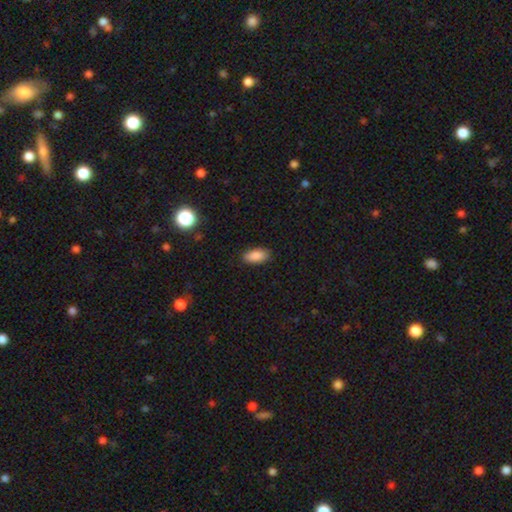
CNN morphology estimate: A smooth galaxy with no disk features (88%) that is in between round and cigar-shaped (90%). Merging: none (87%).